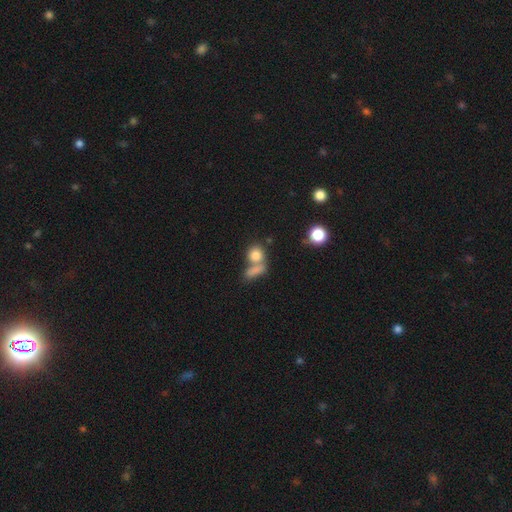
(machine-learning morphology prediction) Smooth or featured? smooth (80%)
How rounded? round (71%)
Merging? none (44%)